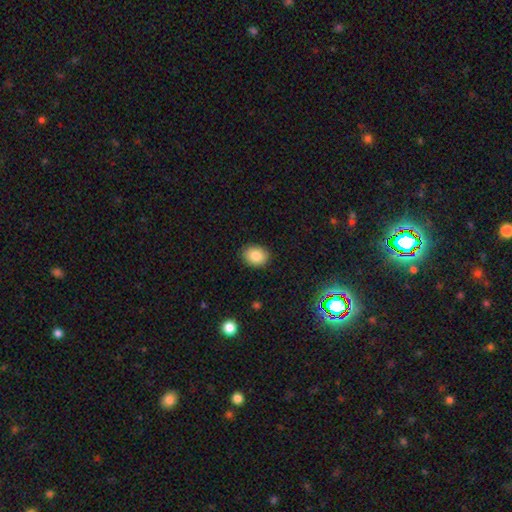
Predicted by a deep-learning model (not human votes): A smooth galaxy with no disk features (85%) that is in between round and cigar-shaped (59%).

Vote fractions:
- Smooth or featured? smooth: 85% / star or artifact: 9% / featured or disk: 6%
- How rounded? in between: 59% / round: 40% / cigar-shaped: 1%
- Merging? none: 89% / minor disturbance: 8% / major disturbance: 2% / merger: 1%